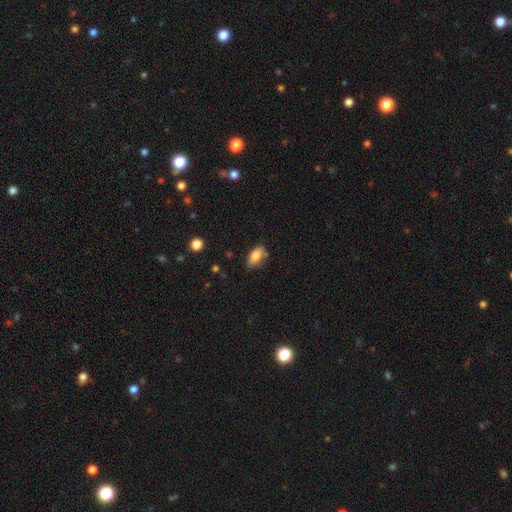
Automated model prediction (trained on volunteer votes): smooth 82%, featured or disk 10%, star or artifact 8%. Down the decision tree: how rounded — in between (90%); merging — none (71%).